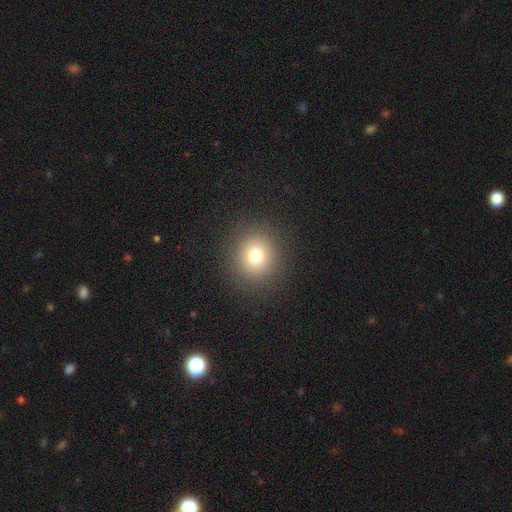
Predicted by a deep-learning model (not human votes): Smooth or featured? smooth (76%)
How rounded? round (89%)
Merging? none (90%)